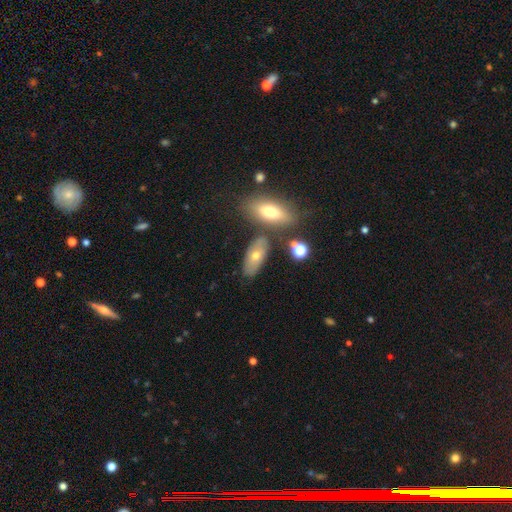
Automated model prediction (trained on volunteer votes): A smooth galaxy with no disk features (62%) that is in between round and cigar-shaped (84%).

Vote fractions:
- Smooth or featured? smooth: 62% / featured or disk: 28% / star or artifact: 10%
- How rounded? in between: 84% / cigar-shaped: 10% / round: 5%
- Merging? none: 69% / minor disturbance: 14% / merger: 12% / major disturbance: 5%